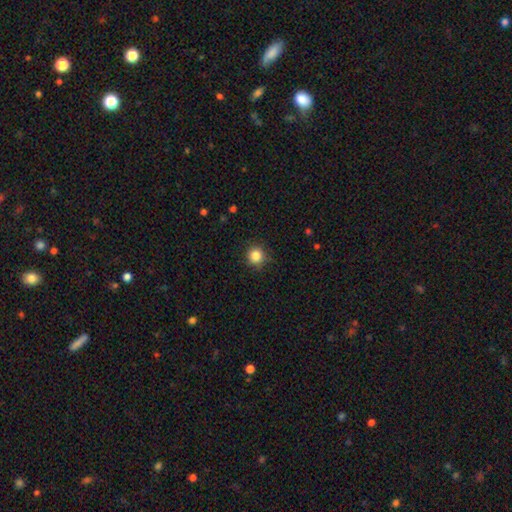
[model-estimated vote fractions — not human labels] smooth_or_featured: smooth (p=0.85) [alt: star or artifact p=0.11]
how_rounded: round (p=0.93) [alt: in between p=0.06]
merging: none (p=0.87) [alt: minor disturbance p=0.10]